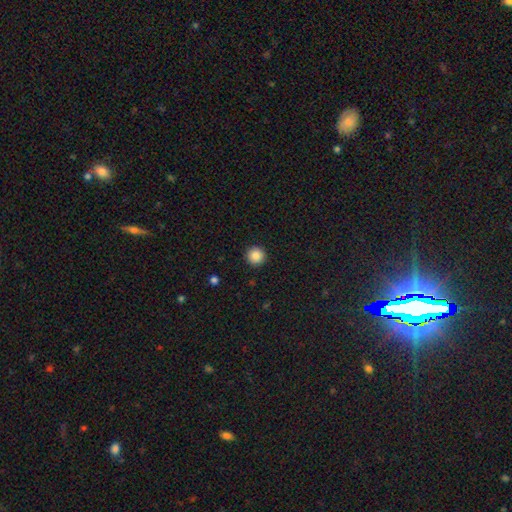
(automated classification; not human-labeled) Morphology: type=smooth (87%); roundness=round (96%); merging=none (93%).